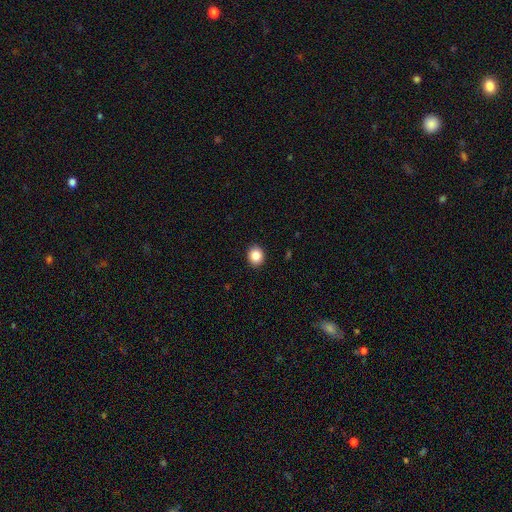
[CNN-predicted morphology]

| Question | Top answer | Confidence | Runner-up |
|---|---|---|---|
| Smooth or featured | smooth | 86% | star or artifact (9%) |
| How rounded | round | 68% | in between (31%) |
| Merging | none | 92% | minor disturbance (6%) |